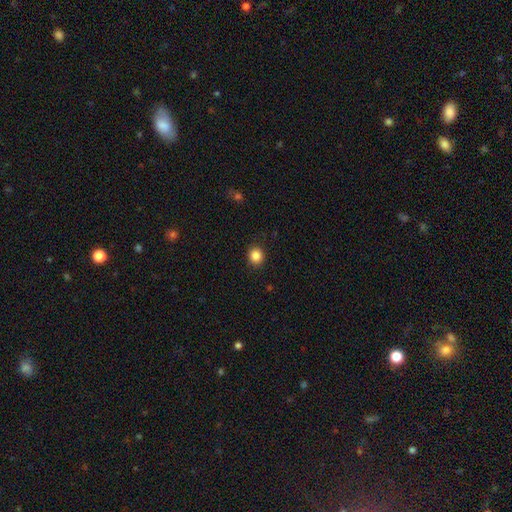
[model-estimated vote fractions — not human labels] A smooth galaxy with no disk features (86%) that is round (82%).

Vote fractions:
- Smooth or featured? smooth: 86% / star or artifact: 10% / featured or disk: 4%
- How rounded? round: 82% / in between: 17% / cigar-shaped: 1%
- Merging? none: 91% / minor disturbance: 6% / major disturbance: 2% / merger: 1%